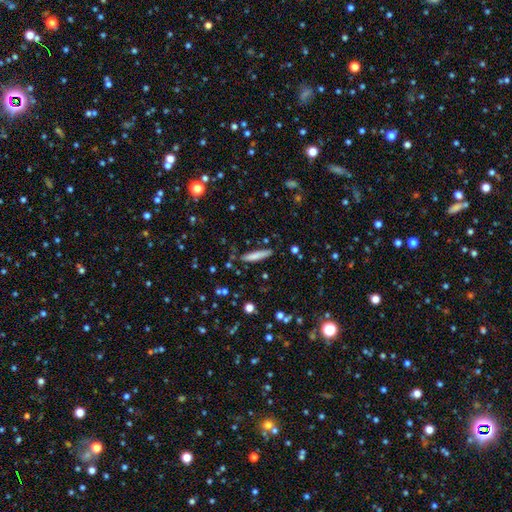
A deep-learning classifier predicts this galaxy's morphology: smooth_or_featured: smooth (p=0.77) [alt: featured or disk p=0.16]
how_rounded: cigar-shaped (p=0.86) [alt: in between p=0.12]
merging: none (p=0.80) [alt: minor disturbance p=0.14]